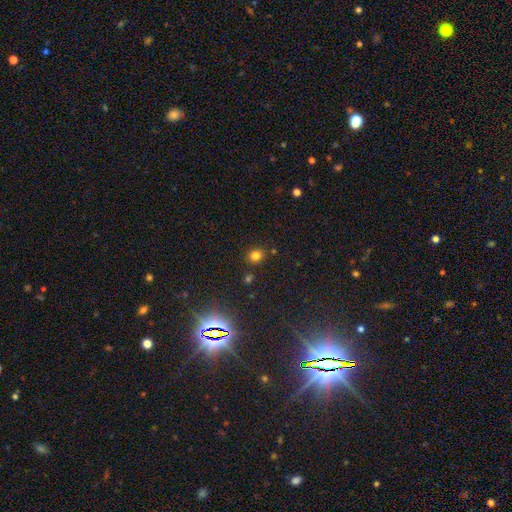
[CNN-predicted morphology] This is likely a smooth galaxy (78%). How rounded: likely round (73%). Merging: clearly none (85%).